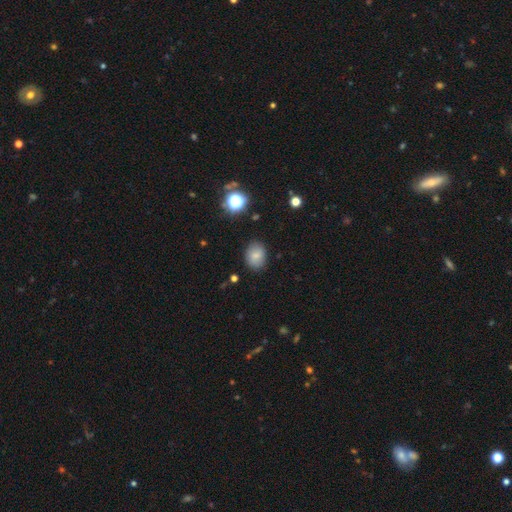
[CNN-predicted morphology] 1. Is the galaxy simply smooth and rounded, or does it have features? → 81% smooth, 11% star or artifact, 8% featured or disk.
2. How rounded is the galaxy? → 61% in between, 38% round, 1% cigar-shaped.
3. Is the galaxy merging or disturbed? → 85% none, 11% minor disturbance, 3% major disturbance, 1% merger.